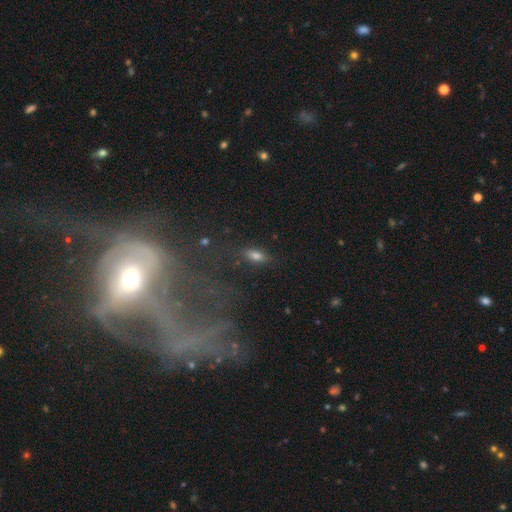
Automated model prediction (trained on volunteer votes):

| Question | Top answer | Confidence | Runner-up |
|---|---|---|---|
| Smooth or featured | smooth | 68% | featured or disk (18%) |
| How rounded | in between | 77% | cigar-shaped (18%) |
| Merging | none | 83% | minor disturbance (11%) |